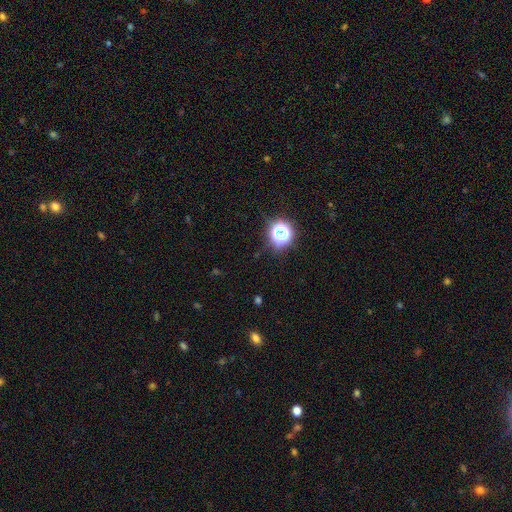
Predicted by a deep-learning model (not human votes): Smooth or featured: star or artifact — 65% (smooth — 27%)